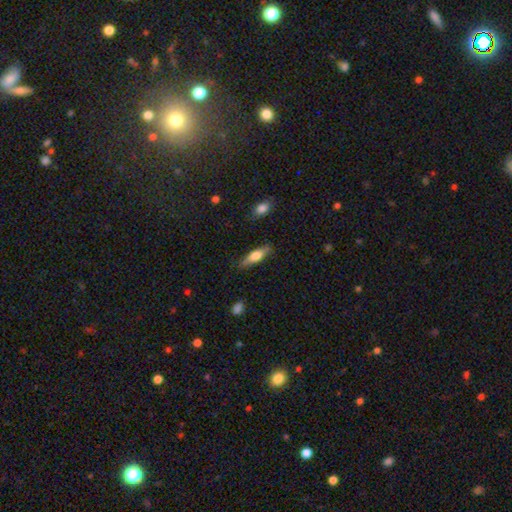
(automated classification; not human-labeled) Morphology: type=smooth (62%); roundness=cigar-shaped (63%); merging=none (83%).